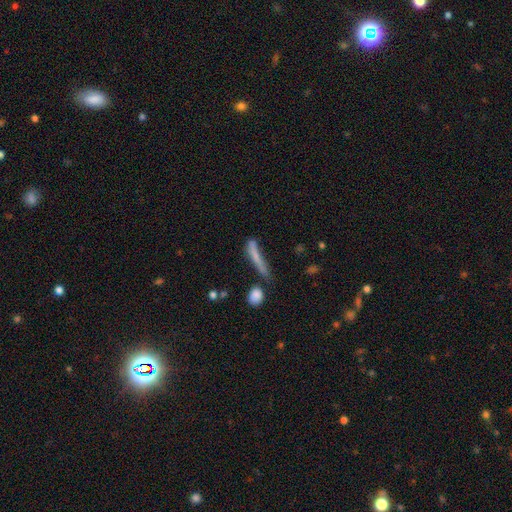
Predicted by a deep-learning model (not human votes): A smooth galaxy with no disk features (64%) that is cigar-shaped (89%). Merging: none (44%).